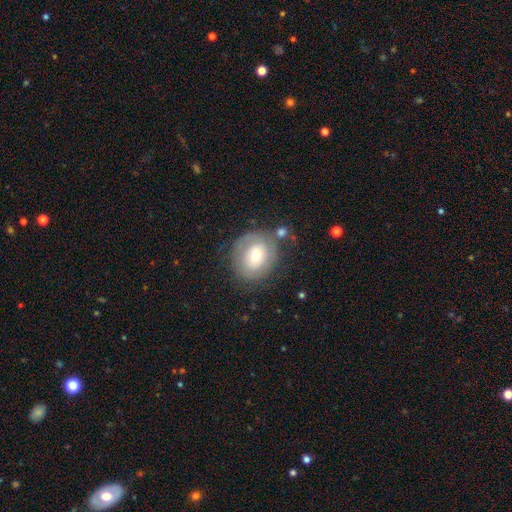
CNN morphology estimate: The model was most divided on "smooth or featured": smooth: 47%, featured or disk: 45%, star or artifact: 8%. More confident: merging — none (69%).